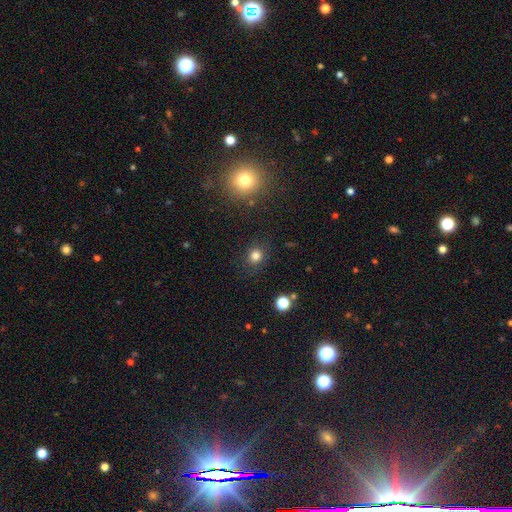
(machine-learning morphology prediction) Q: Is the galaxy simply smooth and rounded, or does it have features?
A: smooth — 80%.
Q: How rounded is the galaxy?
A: round — 80%.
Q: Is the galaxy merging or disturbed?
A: none — 84%.